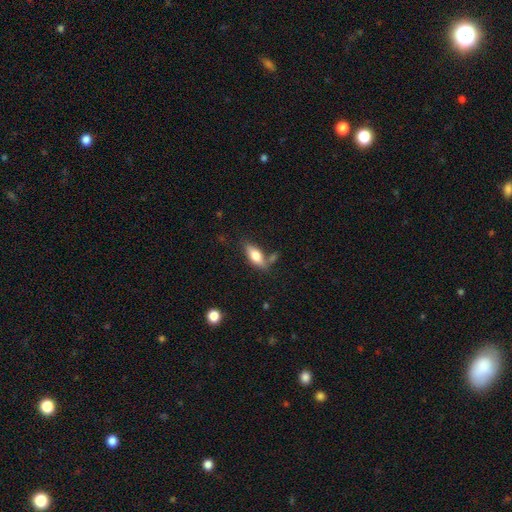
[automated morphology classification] Smooth or featured: smooth — 69% (featured or disk — 23%)
How rounded: in between — 75% (cigar-shaped — 21%)
Merging: none — 57% (minor disturbance — 21%)